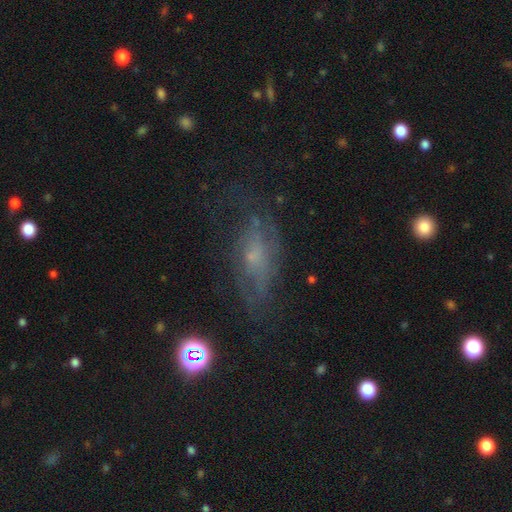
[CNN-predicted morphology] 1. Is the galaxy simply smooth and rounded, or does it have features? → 49% featured or disk, 35% smooth, 16% star or artifact.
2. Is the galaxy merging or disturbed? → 54% none, 24% minor disturbance, 20% major disturbance, 2% merger.